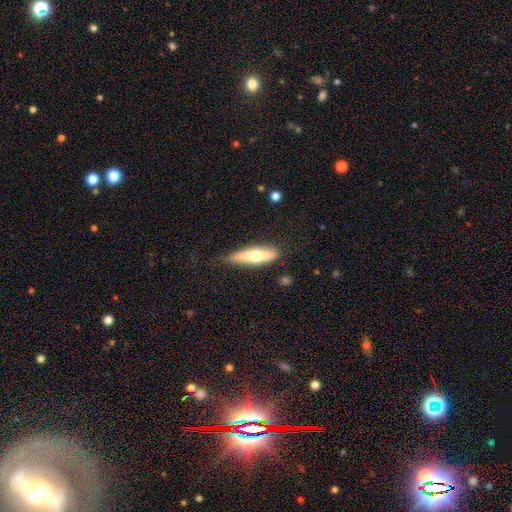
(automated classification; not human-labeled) Morphology: type=smooth (56%); roundness=cigar-shaped (63%); merging=none (74%).